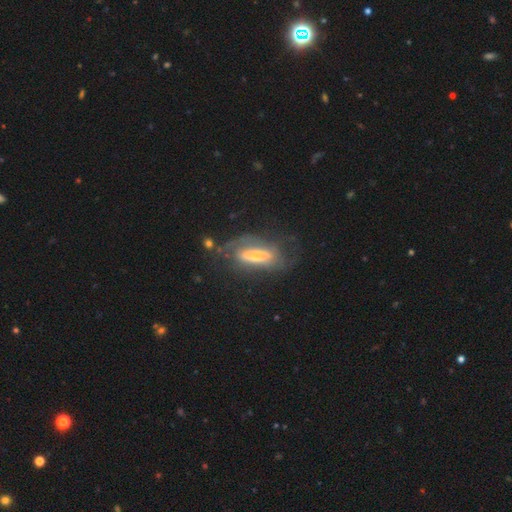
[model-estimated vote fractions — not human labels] This is likely a featured or disk galaxy (64%). It is likely not viewed edge-on (71%). Merging: likely none (60%).